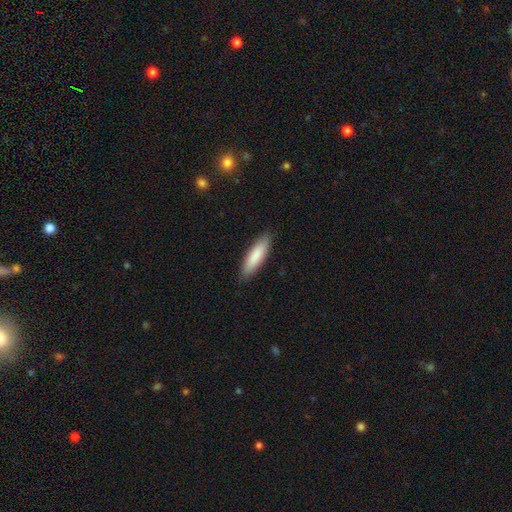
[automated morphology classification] This appears to be a smooth galaxy with no disk features (86%) that is cigar-shaped (60%). Merging: none (89%).